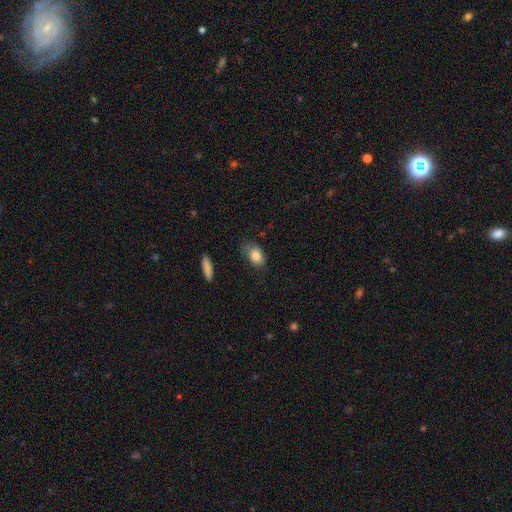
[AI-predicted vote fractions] A smooth galaxy with no disk features (83%) that is in between round and cigar-shaped (82%).

Vote fractions:
- Smooth or featured? smooth: 83% / featured or disk: 10% / star or artifact: 7%
- How rounded? in between: 82% / round: 16% / cigar-shaped: 2%
- Merging? none: 61% / minor disturbance: 29% / major disturbance: 8% / merger: 2%